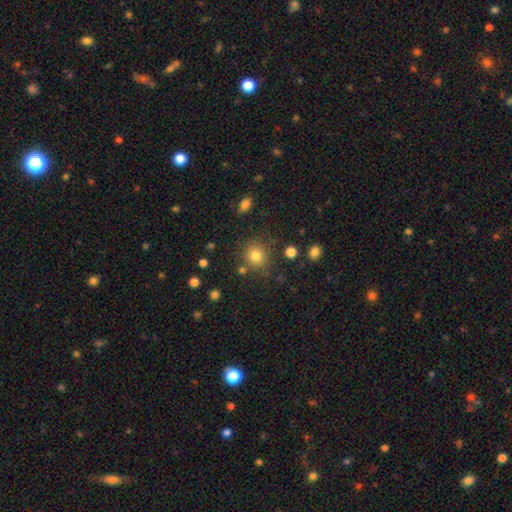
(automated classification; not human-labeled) Q: Smooth or featured?
A: smooth (79%); runner-up: star or artifact (13%)
Q: How rounded?
A: round (87%); runner-up: in between (12%)
Q: Merging?
A: none (79%); runner-up: minor disturbance (11%)